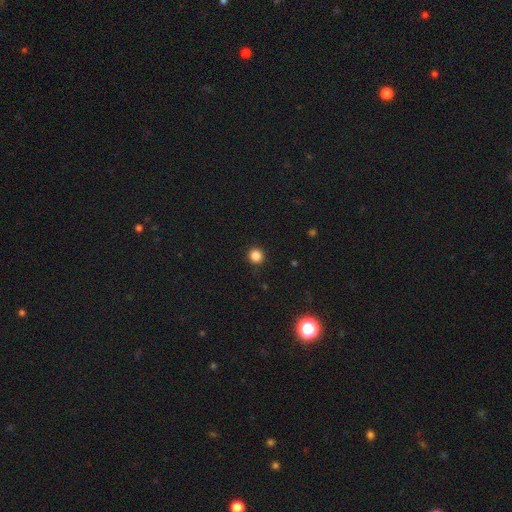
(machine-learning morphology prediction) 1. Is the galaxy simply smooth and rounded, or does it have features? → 85% smooth, 12% star or artifact, 3% featured or disk.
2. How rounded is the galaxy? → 93% round, 6% in between, 1% cigar-shaped.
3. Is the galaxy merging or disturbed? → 92% none, 6% minor disturbance, 2% major disturbance, 1% merger.